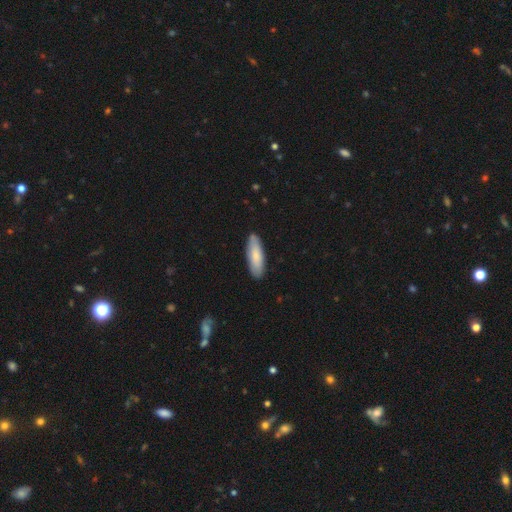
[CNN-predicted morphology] Q: Smooth or featured?
A: smooth (80%); runner-up: featured or disk (15%)
Q: How rounded?
A: in between (54%); runner-up: cigar-shaped (45%)
Q: Merging?
A: none (87%); runner-up: minor disturbance (10%)